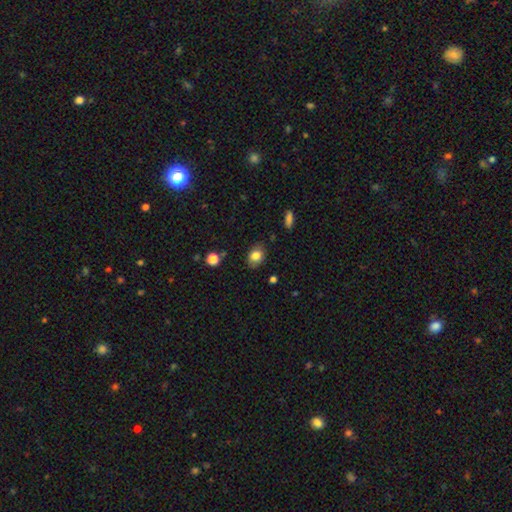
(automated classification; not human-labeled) smooth_or_featured: smooth (p=0.81) [alt: featured or disk p=0.10]
how_rounded: in between (p=0.67) [alt: round p=0.32]
merging: none (p=0.83) [alt: minor disturbance p=0.13]